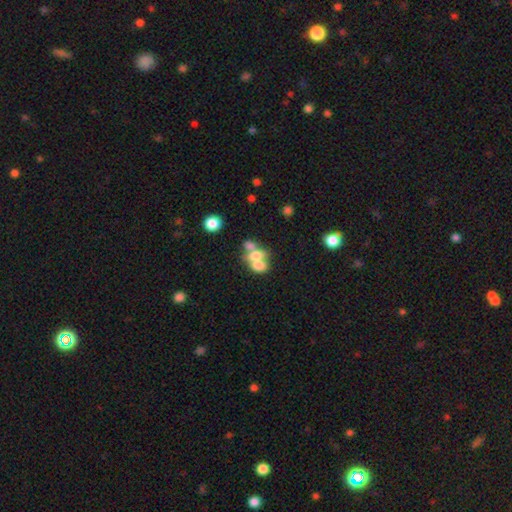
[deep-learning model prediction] The model was most divided on "smooth or featured": smooth: 61%, featured or disk: 27%, star or artifact: 12%. More confident: how rounded — in between (72%); merging — merger (66%).